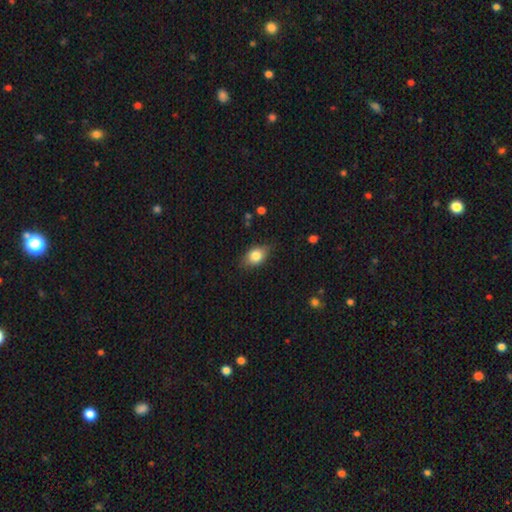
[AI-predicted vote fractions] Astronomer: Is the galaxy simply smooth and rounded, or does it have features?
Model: smooth — 81%.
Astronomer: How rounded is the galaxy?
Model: in between — 80%.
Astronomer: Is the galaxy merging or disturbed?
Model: none — 79%.